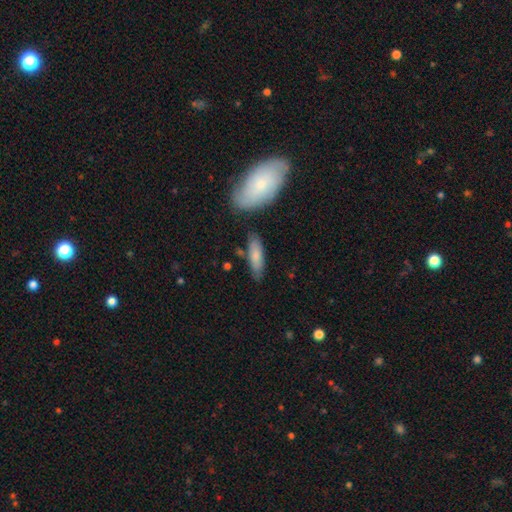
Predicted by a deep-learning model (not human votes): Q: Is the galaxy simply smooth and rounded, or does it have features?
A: smooth — 77%.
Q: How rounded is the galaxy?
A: cigar-shaped — 52%.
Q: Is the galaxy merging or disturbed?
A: none — 75%.